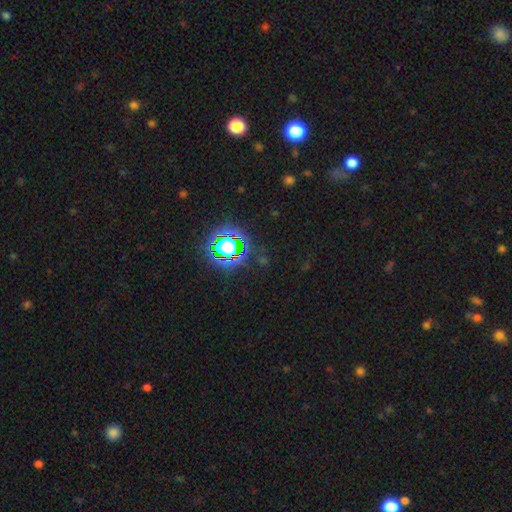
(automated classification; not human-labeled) Overall: star or artifact (81%).